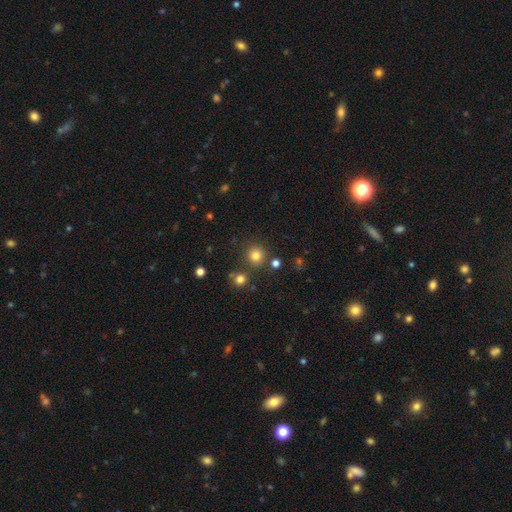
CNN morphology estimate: type=smooth (80%); roundness=round (93%); merging=none (84%).